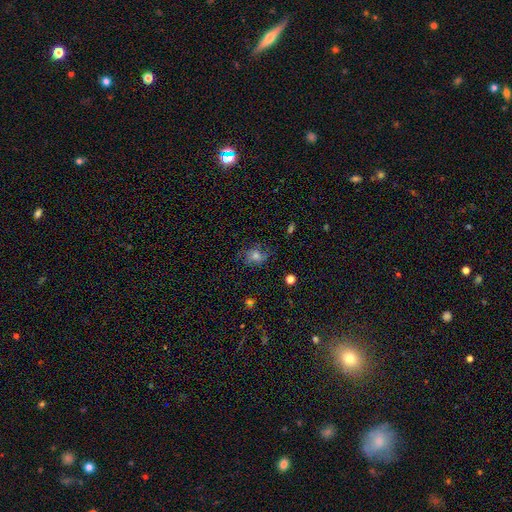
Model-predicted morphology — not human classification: A smooth galaxy with no disk features (38%).

Vote fractions:
- Smooth or featured? smooth: 38% / featured or disk: 36% / star or artifact: 26%
- Merging? none: 70% / minor disturbance: 18% / major disturbance: 10% / merger: 2%